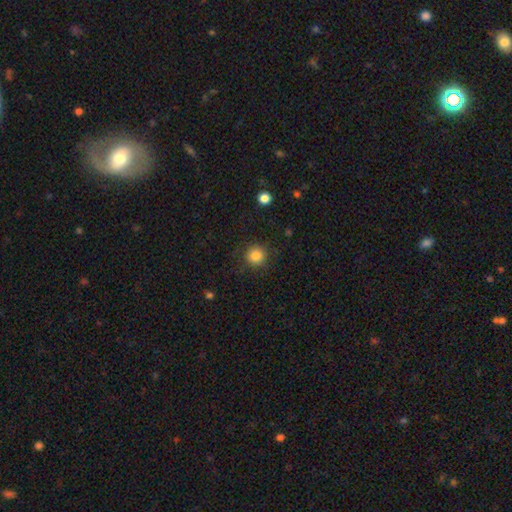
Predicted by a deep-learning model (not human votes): Overall: smooth (84%). How rounded: round (94%). Merging: none (88%).